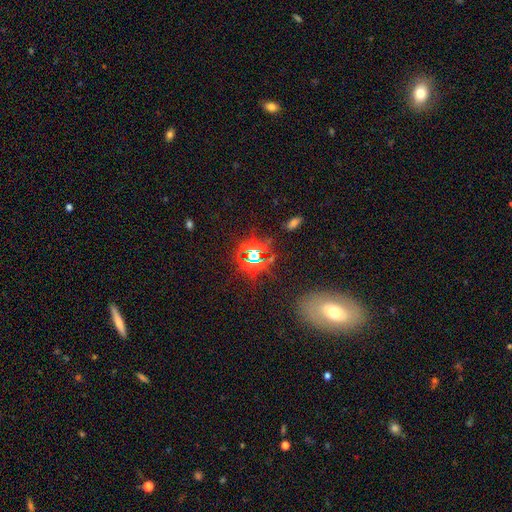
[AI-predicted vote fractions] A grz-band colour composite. It shows a star or artifact, not a galaxy (77%).